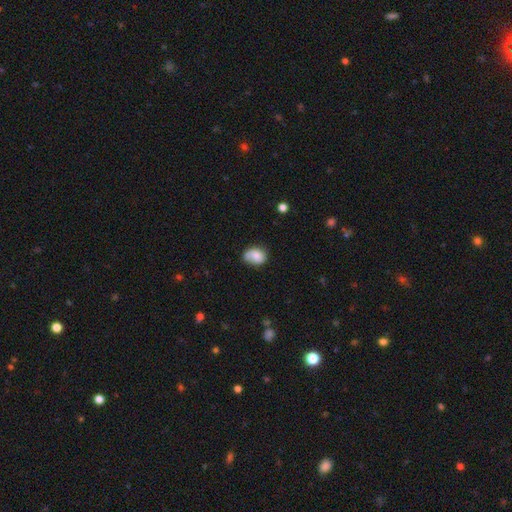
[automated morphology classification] type=smooth (70%); roundness=in between (66%); merging=none (52%).